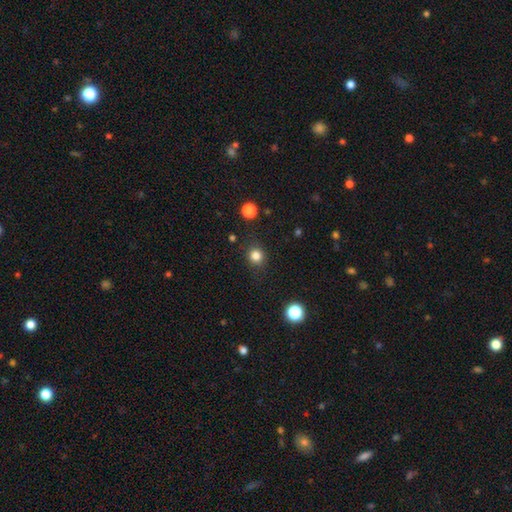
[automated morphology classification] Smooth or featured?
  - smooth: 82% *
  - star or artifact: 13%
  - featured or disk: 5%
How rounded?
  - round: 84% *
  - in between: 15%
  - cigar-shaped: 1%
Merging?
  - none: 86% *
  - minor disturbance: 9%
  - major disturbance: 3%
  - merger: 2%